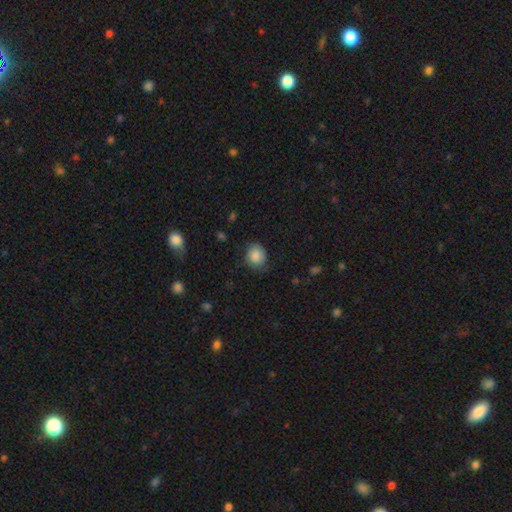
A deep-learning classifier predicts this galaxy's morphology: Smooth or featured? smooth (85%)
How rounded? round (64%)
Merging? none (70%)